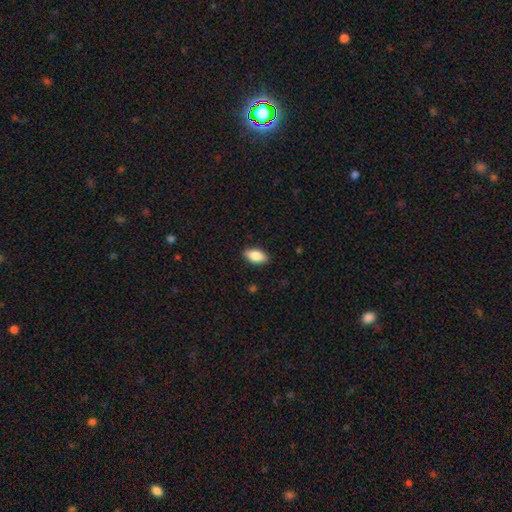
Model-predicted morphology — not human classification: smooth 85%, featured or disk 8%, star or artifact 7%. Down the decision tree: how rounded — in between (92%); merging — none (89%).